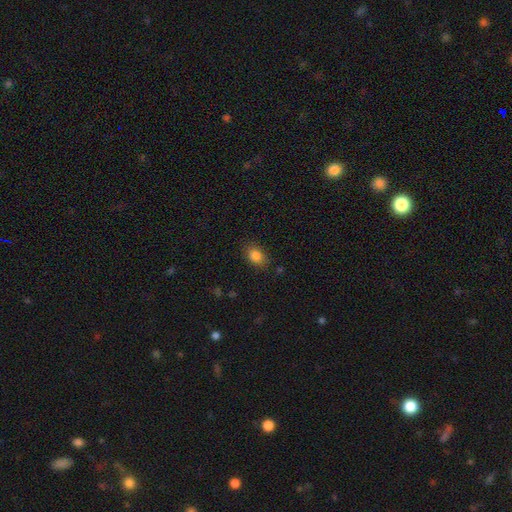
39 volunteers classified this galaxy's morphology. Overall: smooth (85%). How rounded: in between (91%). Merging: none (83%).